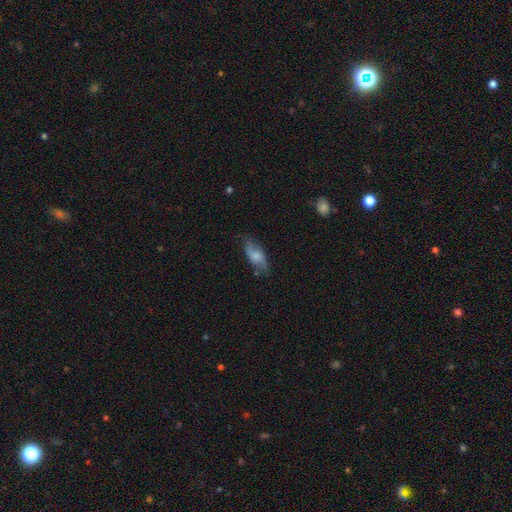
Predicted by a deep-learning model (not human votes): Q: Smooth or featured?
A: smooth (68%); runner-up: featured or disk (25%)
Q: How rounded?
A: in between (82%); runner-up: cigar-shaped (15%)
Q: Merging?
A: none (62%); runner-up: minor disturbance (27%)